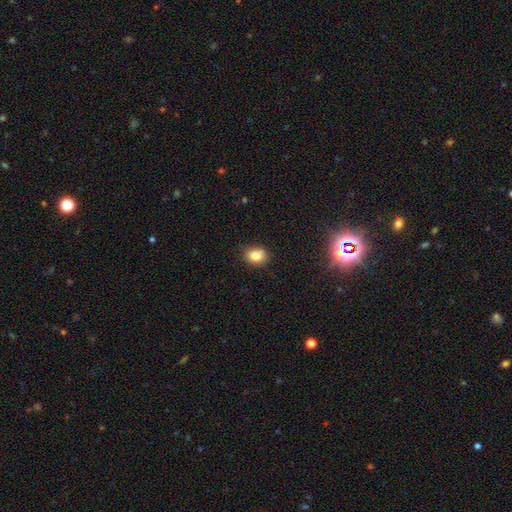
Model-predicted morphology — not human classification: Smooth or featured: smooth — 81% (star or artifact — 11%)
How rounded: in between — 54% (round — 45%)
Merging: none — 81% (minor disturbance — 14%)